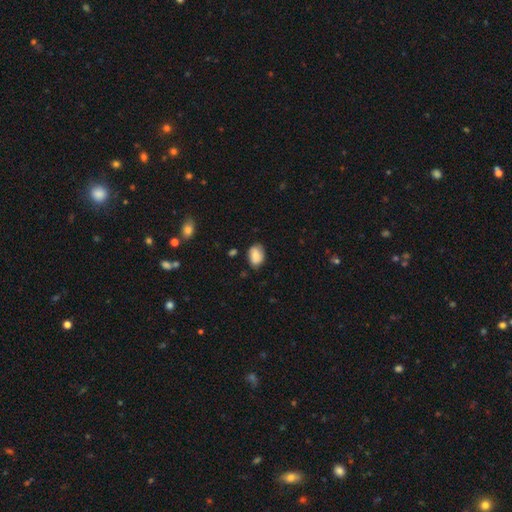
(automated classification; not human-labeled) Q: Smooth or featured?
A: smooth (73%); runner-up: featured or disk (19%)
Q: How rounded?
A: in between (77%); runner-up: round (22%)
Q: Merging?
A: none (69%); runner-up: minor disturbance (24%)